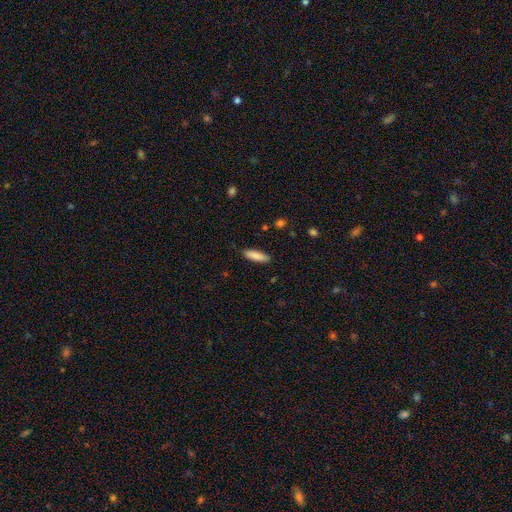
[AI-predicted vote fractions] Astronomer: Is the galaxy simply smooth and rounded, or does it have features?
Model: smooth — 87%.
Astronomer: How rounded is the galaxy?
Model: cigar-shaped — 57% (runner-up: in between, 42%).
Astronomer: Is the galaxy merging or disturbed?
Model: none — 88%.